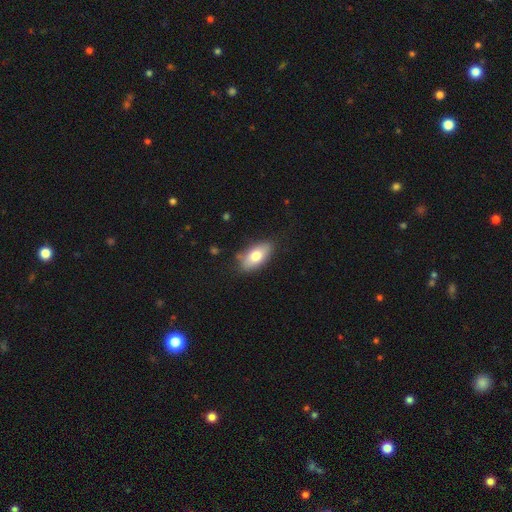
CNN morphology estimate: smooth-or-featured: smooth: 75% | featured or disk: 18% | star or artifact: 7%
  how-rounded: in between: 90% | cigar-shaped: 7% | round: 4%
  merging: none: 80% | minor disturbance: 15% | major disturbance: 3% | merger: 2%